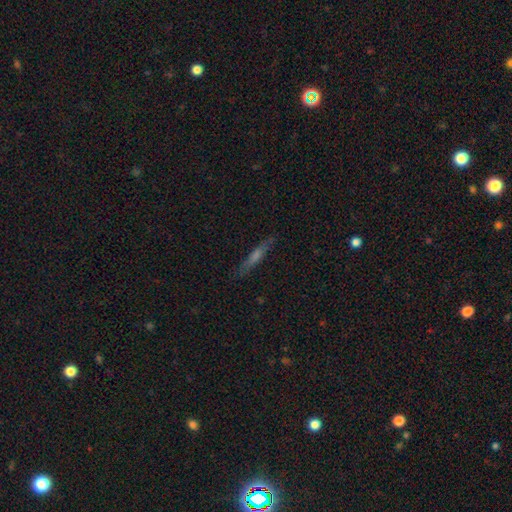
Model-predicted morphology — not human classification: featured or disk 52%, smooth 38%, star or artifact 10%. Down the decision tree: edge-on disk — yes (93%); merging — none (86%).